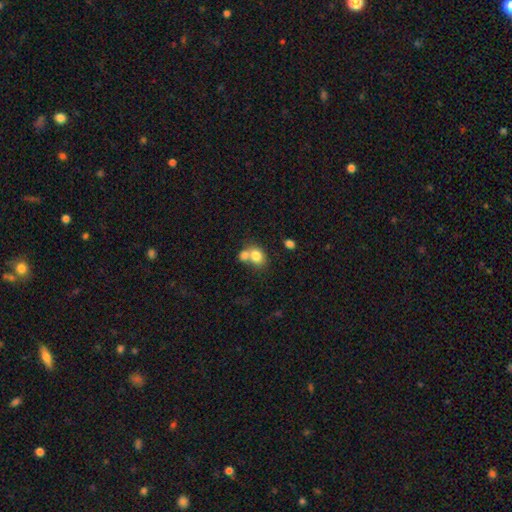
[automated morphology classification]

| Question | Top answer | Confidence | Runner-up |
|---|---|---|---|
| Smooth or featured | smooth | 78% | featured or disk (12%) |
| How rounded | round | 53% | in between (46%) |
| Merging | merger | 54% | none (34%) |